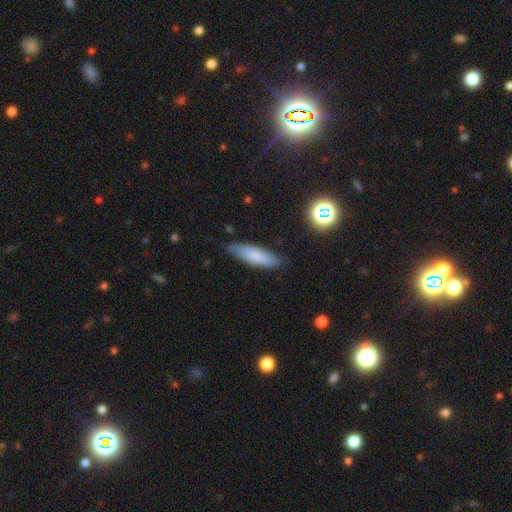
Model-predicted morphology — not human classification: Smooth or featured? Predicted: smooth (p=0.79). How rounded? Predicted: cigar-shaped (p=0.57). Merging? Predicted: none (p=0.81).